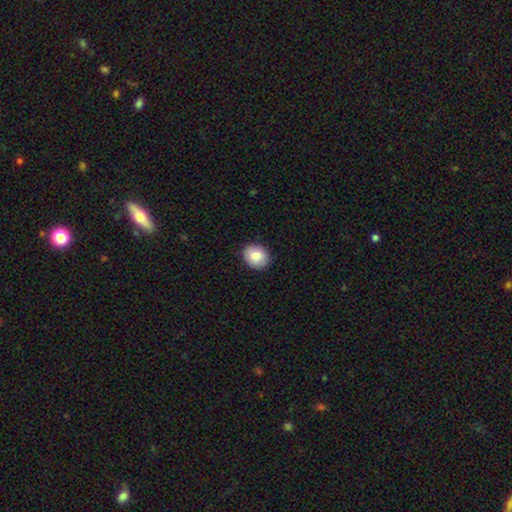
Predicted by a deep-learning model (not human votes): smooth-or-featured: smooth: 83% | featured or disk: 9% | star or artifact: 8%
  how-rounded: round: 61% | in between: 39% | cigar-shaped: 1%
  merging: none: 89% | minor disturbance: 8% | major disturbance: 2% | merger: 1%